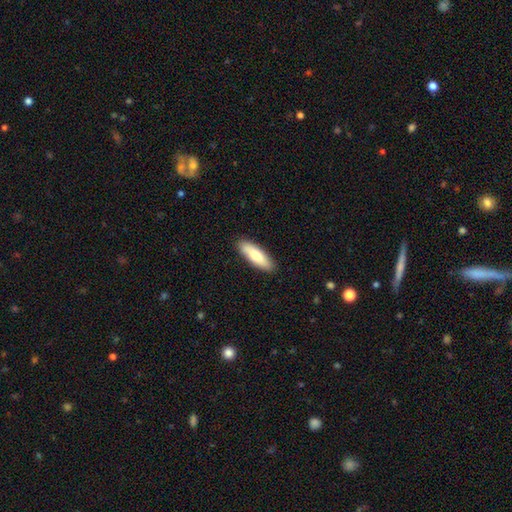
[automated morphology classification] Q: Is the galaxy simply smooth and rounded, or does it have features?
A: smooth — 74%.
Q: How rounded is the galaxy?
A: in between — 50%.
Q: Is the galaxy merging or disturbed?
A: none — 89%.